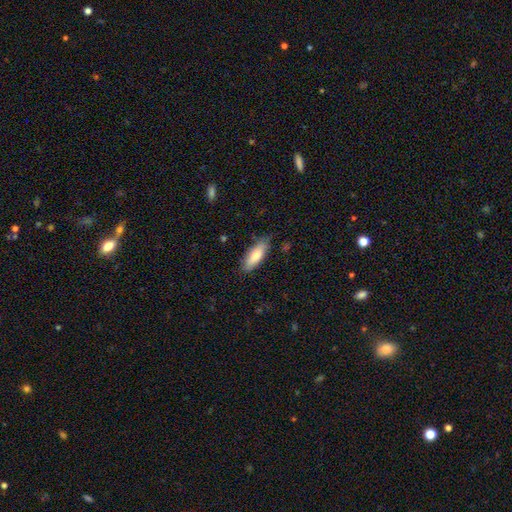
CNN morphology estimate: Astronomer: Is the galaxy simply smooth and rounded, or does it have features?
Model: smooth — 80%.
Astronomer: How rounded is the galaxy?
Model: in between — 63%.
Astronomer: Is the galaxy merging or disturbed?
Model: none — 80%.